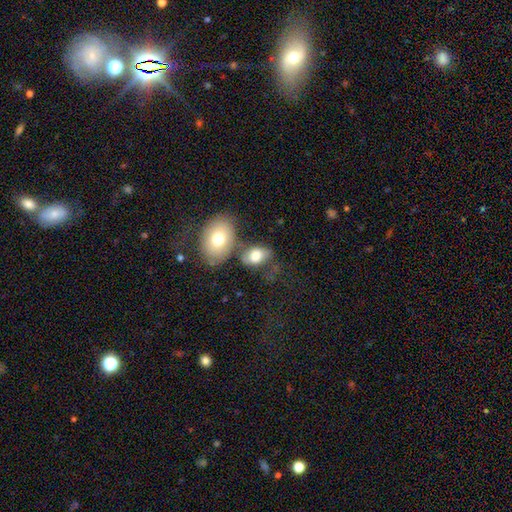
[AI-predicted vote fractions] Smooth or featured: smooth — 74% (featured or disk — 19%)
How rounded: in between — 83% (round — 16%)
Merging: none — 44% (merger — 25%)